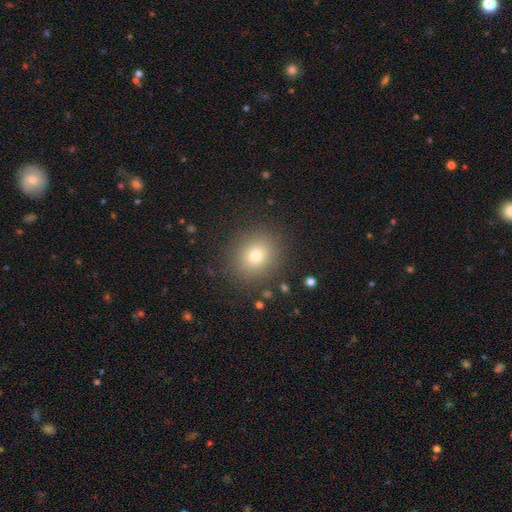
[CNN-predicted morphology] The model was most divided on "how rounded": round: 79%, in between: 20%, cigar-shaped: 1%. More confident: merging — none (87%); smooth or featured — smooth (75%).